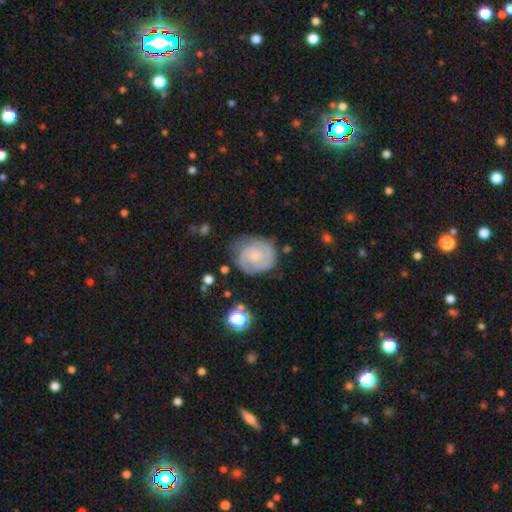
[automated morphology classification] A featured or disk galaxy (72%) with no bar (72%), 2 (52%) tight (60%) spiral arms (91%) and a small central bulge (67%). Merging: none (66%).